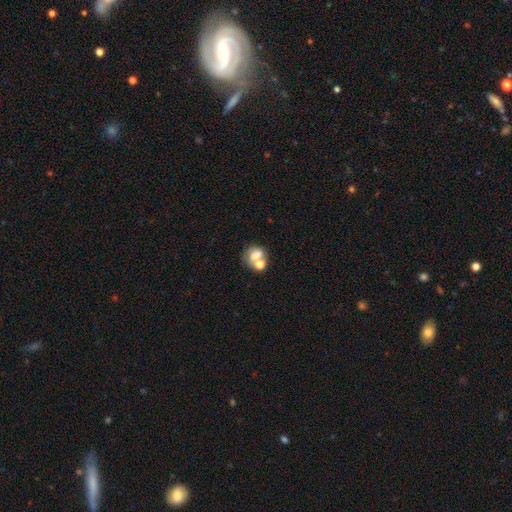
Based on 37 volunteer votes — Morphology: type=smooth (62%); roundness=in between (61%); merging=merger (60%).